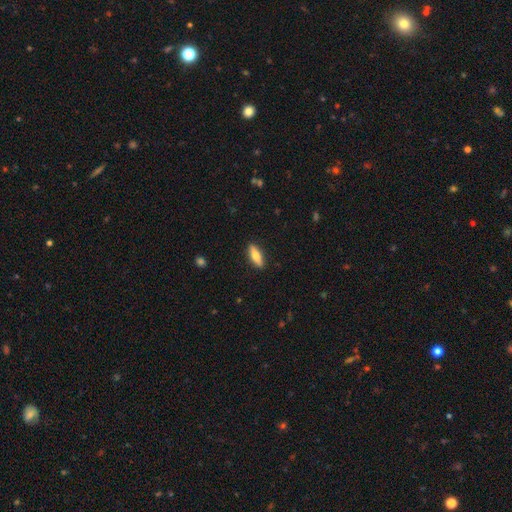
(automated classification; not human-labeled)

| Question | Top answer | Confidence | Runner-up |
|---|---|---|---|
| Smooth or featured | smooth | 67% | featured or disk (28%) |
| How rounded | in between | 52% | cigar-shaped (46%) |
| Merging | none | 89% | minor disturbance (8%) |